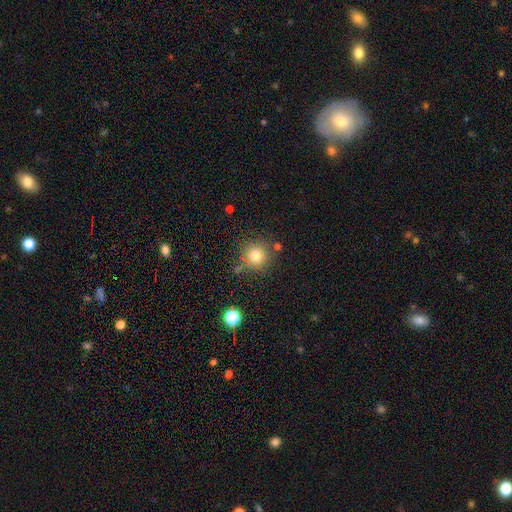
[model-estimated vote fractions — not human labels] Q: Smooth or featured?
A: smooth (78%); runner-up: star or artifact (13%)
Q: How rounded?
A: round (93%); runner-up: in between (6%)
Q: Merging?
A: none (80%); runner-up: minor disturbance (11%)